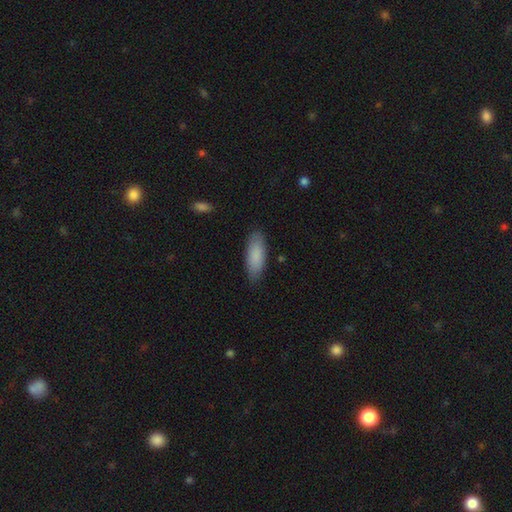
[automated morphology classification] A smooth galaxy with no disk features (88%) that is in between round and cigar-shaped (65%). Merging: none (85%).